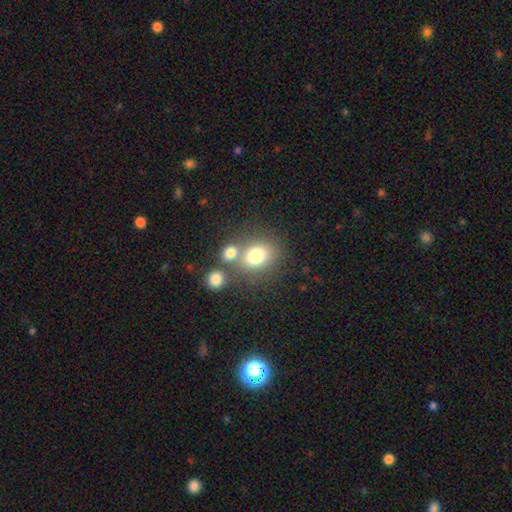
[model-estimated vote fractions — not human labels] This is likely a smooth galaxy (76%). How rounded: possibly round (59%). Merging: possibly none (53%).